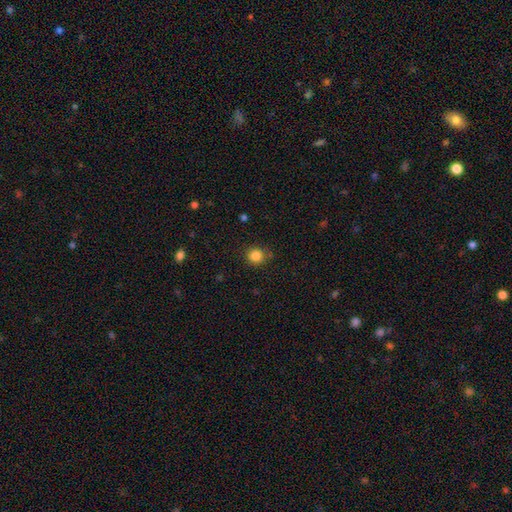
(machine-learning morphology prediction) Overall: smooth (84%). How rounded: round (91%). Merging: none (84%).